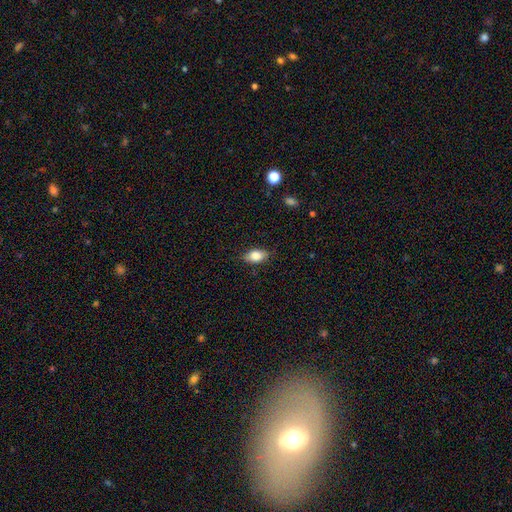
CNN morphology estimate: The model was most divided on "smooth or featured": smooth: 81%, featured or disk: 12%, star or artifact: 7%. More confident: how rounded — in between (89%); merging — none (83%).